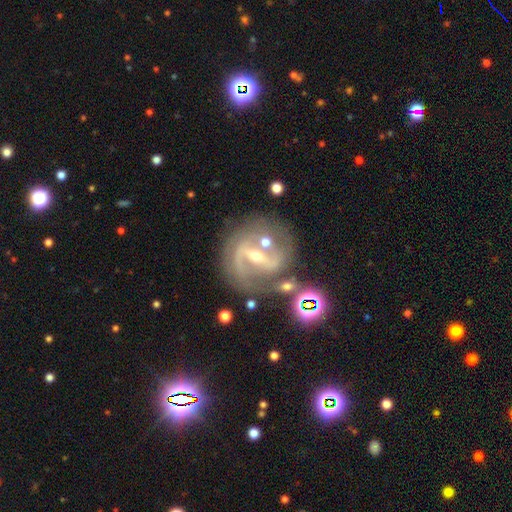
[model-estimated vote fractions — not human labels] A featured or disk galaxy (85%) with a strong bar (59%), 2 (79%) medium (50%) spiral arms (93%) and a small central bulge (53%).

Vote fractions:
- Smooth or featured? featured or disk: 85% / star or artifact: 9% / smooth: 6%
- Edge-on disk? no: 96% / yes: 4%
- Bar? strong: 59% / weak: 31% / no: 10%
- Spiral arms? yes: 93% / no: 7%
- Spiral winding? medium: 50% / tight: 32% / loose: 19%
- Spiral arm count? 2: 79% / can't tell: 9% / 3: 5% / 1: 4% / 4: 2% / more than 4: 2%
- Bulge size? small: 53% / moderate: 43% / large: 2% / none: 1% / dominant: 1%
- Merging? none: 63% / minor disturbance: 17% / merger: 10% / major disturbance: 10%